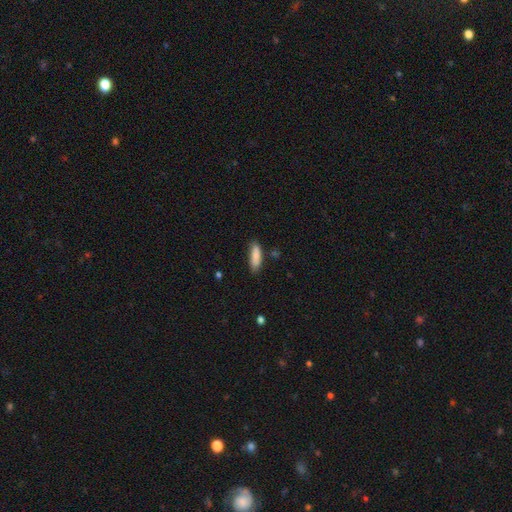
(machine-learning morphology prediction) Smooth or featured? smooth (86%)
How rounded? cigar-shaped (53%)
Merging? none (78%)